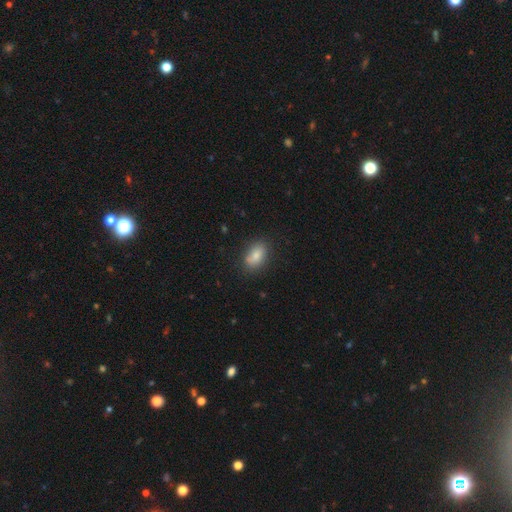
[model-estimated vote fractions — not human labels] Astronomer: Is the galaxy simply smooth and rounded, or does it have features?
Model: smooth — 81%.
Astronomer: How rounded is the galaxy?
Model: in between — 86%.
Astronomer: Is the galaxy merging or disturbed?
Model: none — 77%.